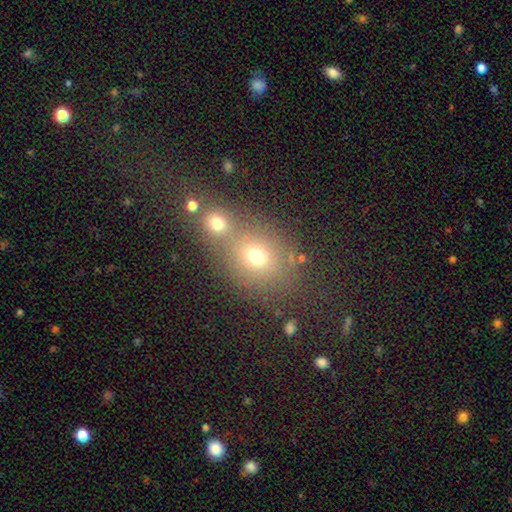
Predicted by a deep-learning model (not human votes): Smooth or featured?
  - smooth: 69% *
  - star or artifact: 17%
  - featured or disk: 13%
How rounded?
  - round: 65% *
  - in between: 34%
  - cigar-shaped: 1%
Merging?
  - merger: 48% *
  - none: 39%
  - minor disturbance: 8%
  - major disturbance: 4%